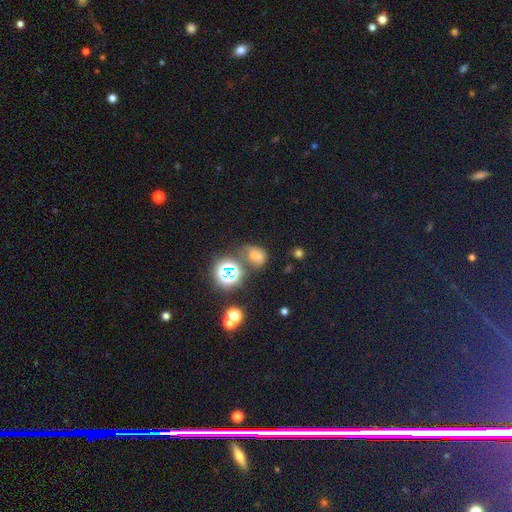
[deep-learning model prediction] Smooth or featured? Predicted: smooth (p=0.59). How rounded? Predicted: in between (p=0.57). Merging? Predicted: none (p=0.50).